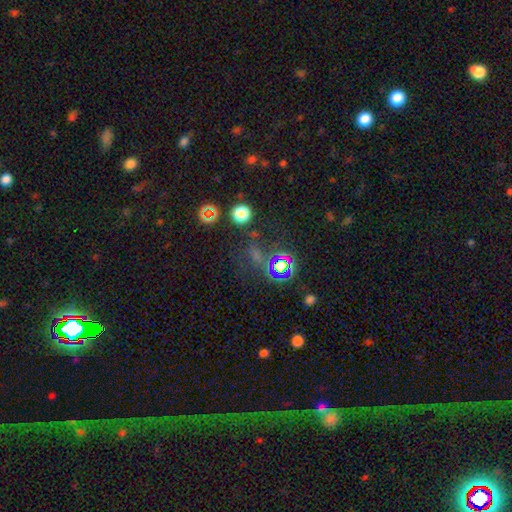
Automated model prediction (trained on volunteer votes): This appears to be a star or artifact, not a galaxy (56%).